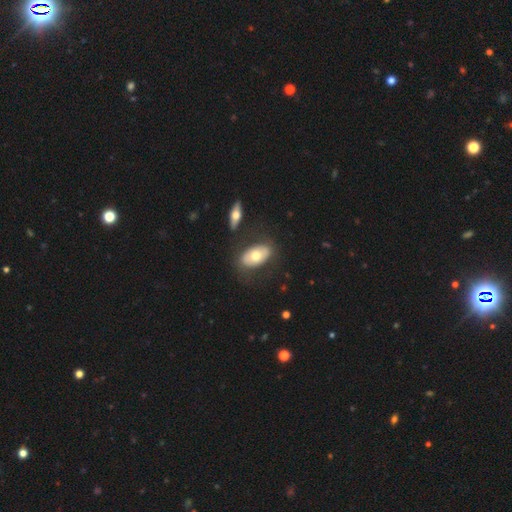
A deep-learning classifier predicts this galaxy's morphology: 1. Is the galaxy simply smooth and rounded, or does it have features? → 59% smooth, 36% featured or disk, 6% star or artifact.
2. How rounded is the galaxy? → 91% in between, 6% round, 2% cigar-shaped.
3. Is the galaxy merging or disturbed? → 74% none, 12% minor disturbance, 8% merger, 5% major disturbance.